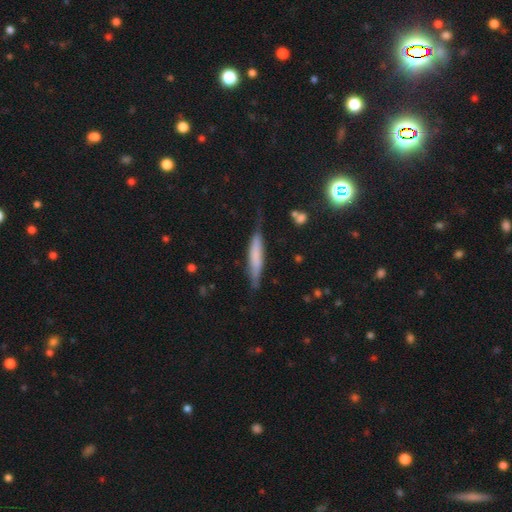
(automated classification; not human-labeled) Overall: smooth (58%; featured or disk 35%). How rounded: cigar-shaped (88%). Merging: none (63%; minor disturbance 27%).